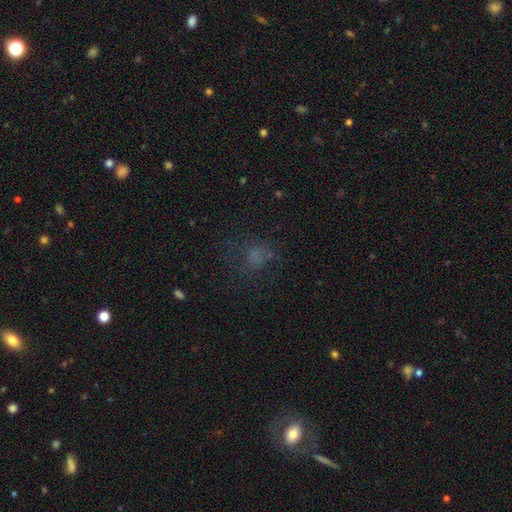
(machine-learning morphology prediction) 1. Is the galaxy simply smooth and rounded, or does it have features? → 52% smooth, 29% star or artifact, 18% featured or disk.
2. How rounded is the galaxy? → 63% round, 35% in between, 2% cigar-shaped.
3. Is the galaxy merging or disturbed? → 53% none, 26% major disturbance, 19% minor disturbance, 2% merger.